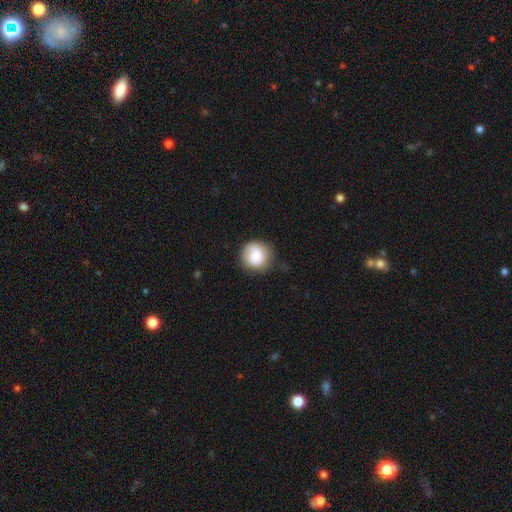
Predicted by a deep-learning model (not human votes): Smooth or featured? Predicted: smooth (p=0.82). How rounded? Predicted: round (p=0.91). Merging? Predicted: none (p=0.78).